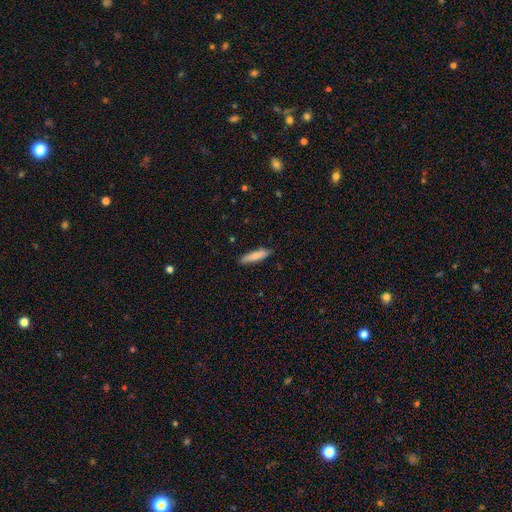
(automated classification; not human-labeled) The model was most divided on "smooth or featured": smooth: 79%, featured or disk: 15%, star or artifact: 6%. More confident: merging — none (84%); how rounded — cigar-shaped (82%).